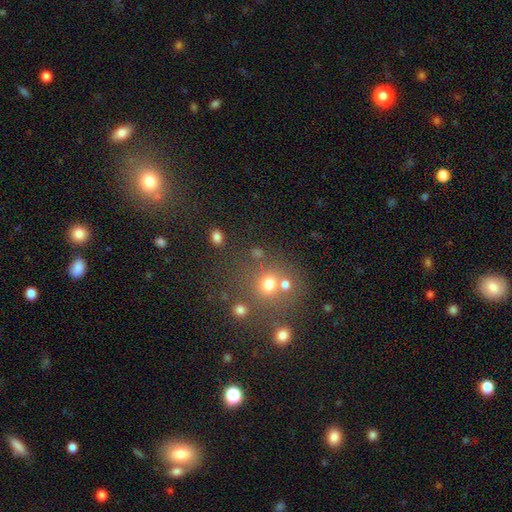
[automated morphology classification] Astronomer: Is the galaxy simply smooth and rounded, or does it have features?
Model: smooth — 60%.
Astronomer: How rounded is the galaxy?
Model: round — 84%.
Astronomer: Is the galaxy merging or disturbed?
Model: none — 67%.